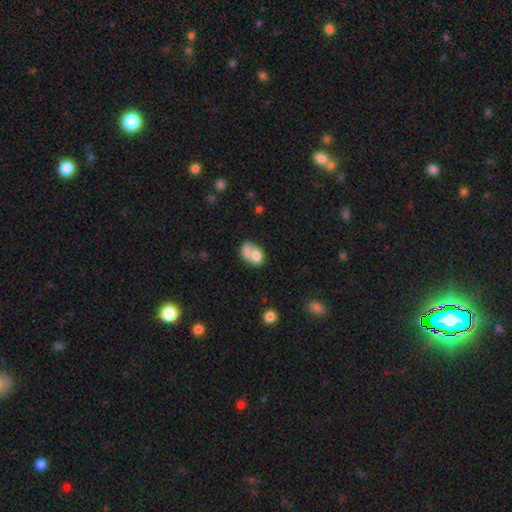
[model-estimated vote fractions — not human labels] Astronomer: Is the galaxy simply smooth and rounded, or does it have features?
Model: smooth — 67%.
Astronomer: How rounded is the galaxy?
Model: in between — 77%.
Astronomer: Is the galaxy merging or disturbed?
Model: merger — 52%.